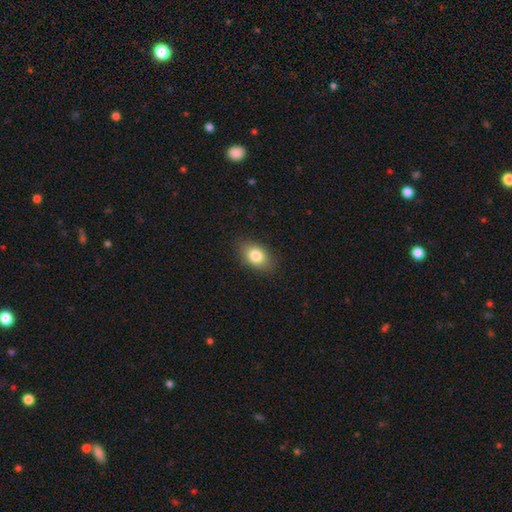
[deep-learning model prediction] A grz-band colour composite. It shows a smooth galaxy with no disk features (82%) that is in between round and cigar-shaped (82%). Merging: none (86%).